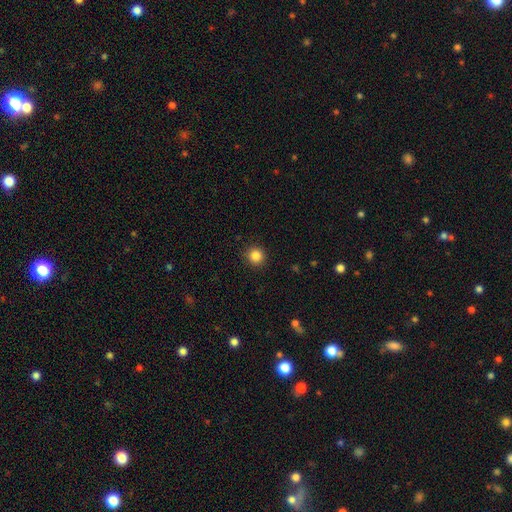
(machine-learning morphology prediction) Smooth or featured? Predicted: smooth (p=0.85). How rounded? Predicted: round (p=0.94). Merging? Predicted: none (p=0.92).